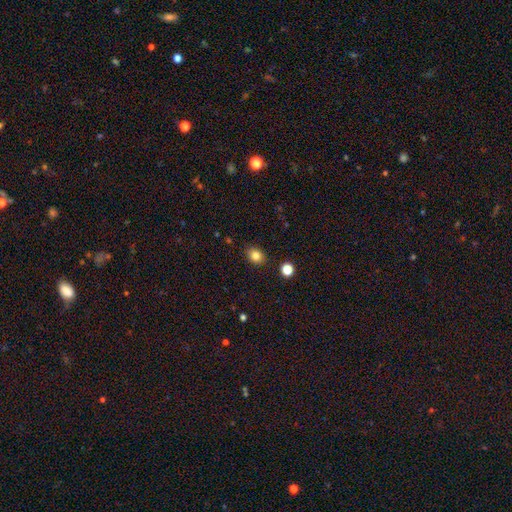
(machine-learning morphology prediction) smooth 83%, star or artifact 12%, featured or disk 6%. Down the decision tree: how rounded — round (53%); merging — none (86%).